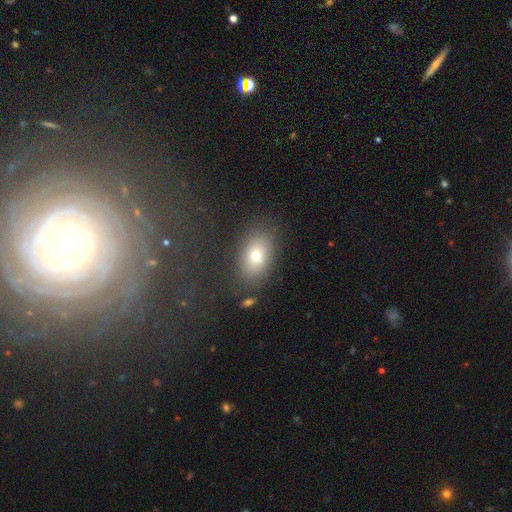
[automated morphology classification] smooth-or-featured: smooth: 72% | featured or disk: 16% | star or artifact: 12%
  how-rounded: in between: 87% | round: 11% | cigar-shaped: 3%
  merging: none: 82% | minor disturbance: 11% | major disturbance: 4% | merger: 3%